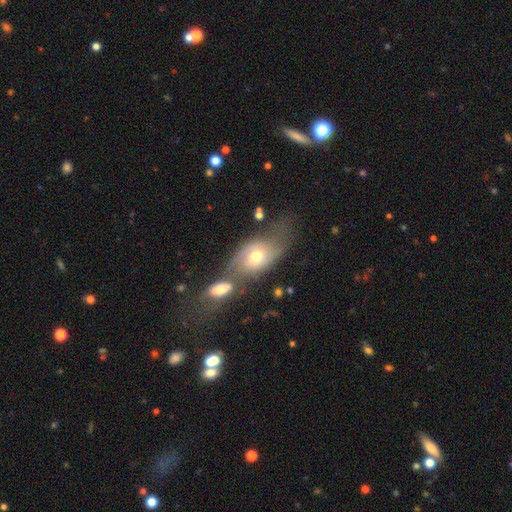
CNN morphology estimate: Q: Smooth or featured?
A: featured or disk (46%); tied with: smooth (46%)
Q: Merging?
A: merger (37%); runner-up: none (30%)